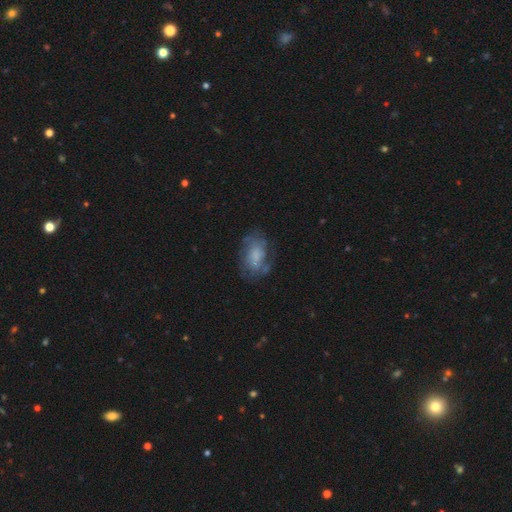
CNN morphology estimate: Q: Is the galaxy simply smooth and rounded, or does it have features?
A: featured or disk — 48%.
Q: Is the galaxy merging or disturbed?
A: none — 58%.